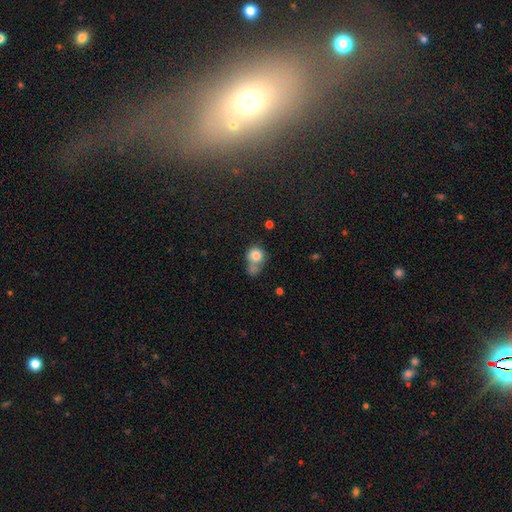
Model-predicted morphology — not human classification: The model was most divided on "merging": merger: 45%, none: 31%, minor disturbance: 15%, major disturbance: 9%. More confident: smooth or featured — smooth (80%); how rounded — round (76%).